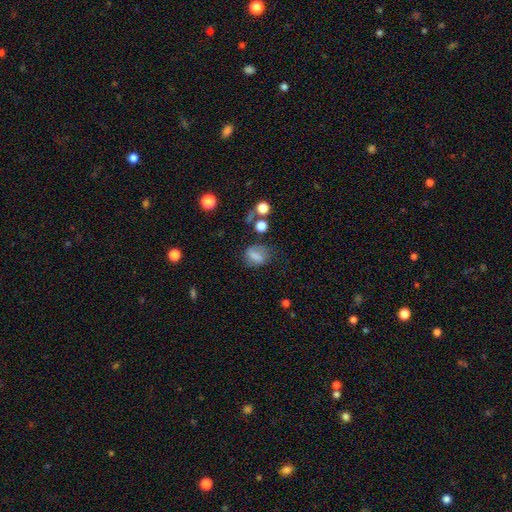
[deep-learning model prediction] A smooth galaxy with no disk features (67%) that is in between round and cigar-shaped (62%).

Vote fractions:
- Smooth or featured? smooth: 67% / featured or disk: 21% / star or artifact: 11%
- How rounded? in between: 62% / round: 34% / cigar-shaped: 4%
- Merging? none: 57% / minor disturbance: 23% / major disturbance: 14% / merger: 6%